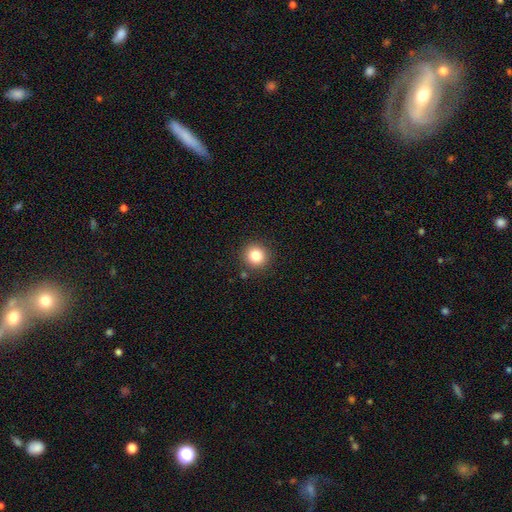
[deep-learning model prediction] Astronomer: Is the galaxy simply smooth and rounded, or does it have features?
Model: smooth — 82%.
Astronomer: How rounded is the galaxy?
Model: round — 92%.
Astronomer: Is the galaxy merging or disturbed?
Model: none — 89%.